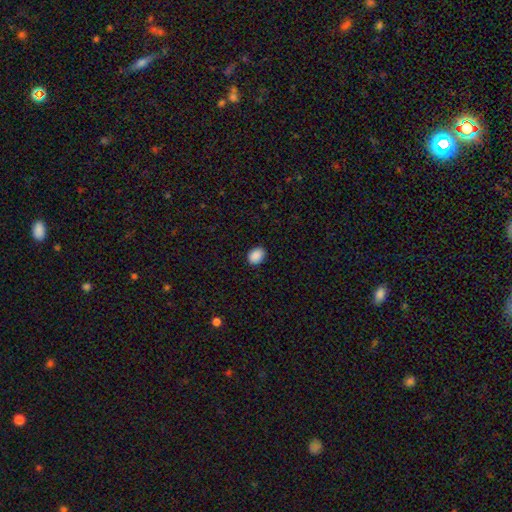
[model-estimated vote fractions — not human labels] Smooth or featured?
  - smooth: 90% *
  - star or artifact: 8%
  - featured or disk: 2%
How rounded?
  - in between: 64% *
  - round: 35%
  - cigar-shaped: 1%
Merging?
  - none: 88% *
  - minor disturbance: 9%
  - major disturbance: 2%
  - merger: 1%